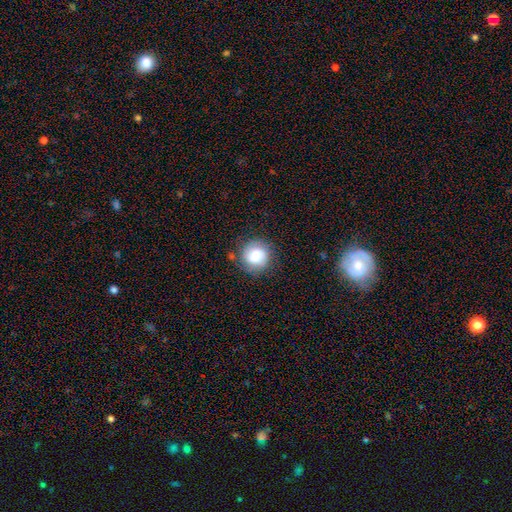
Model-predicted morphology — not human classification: smooth_or_featured: smooth (p=0.68) [alt: featured or disk p=0.23]
how_rounded: round (p=0.92) [alt: in between p=0.07]
merging: none (p=0.81) [alt: minor disturbance p=0.13]